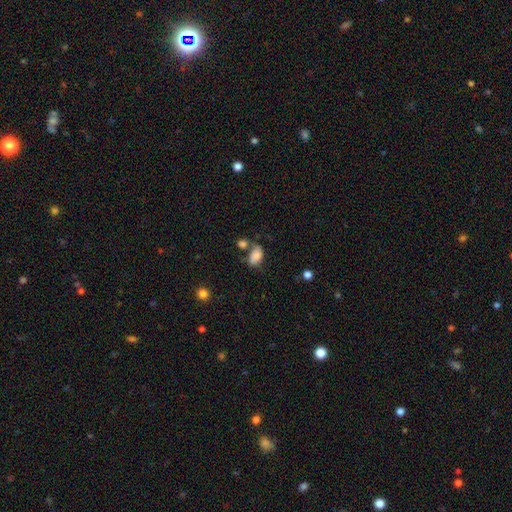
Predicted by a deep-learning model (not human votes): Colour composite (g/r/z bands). It shows a smooth galaxy with no disk features (83%) that is in between round and cigar-shaped (91%). Merging: none (42%).